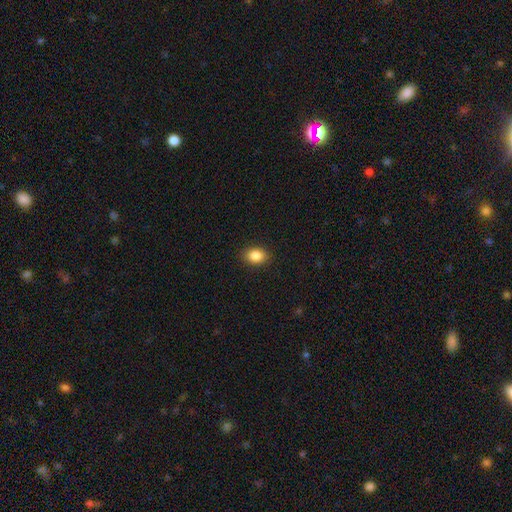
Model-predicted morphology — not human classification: The model was most divided on "how rounded": in between: 76%, round: 22%, cigar-shaped: 1%. More confident: merging — none (89%); smooth or featured — smooth (87%).